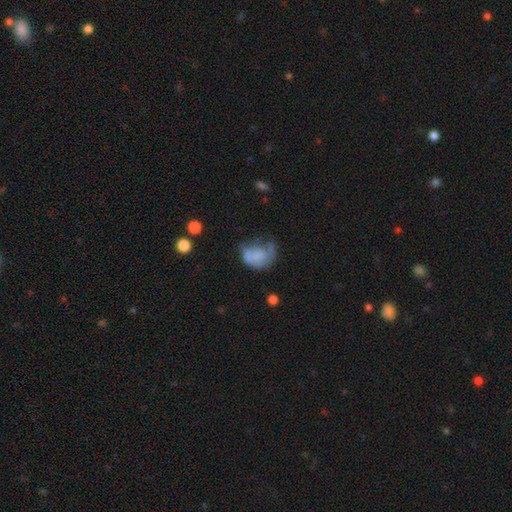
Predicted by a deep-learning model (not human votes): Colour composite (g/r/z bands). It shows a smooth galaxy with no disk features (50%) that is in between round and cigar-shaped (57%). Merging: major disturbance (37%).